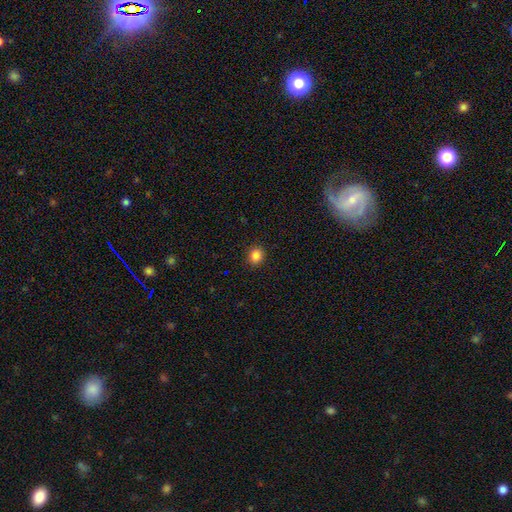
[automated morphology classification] Smooth or featured? Predicted: smooth (p=0.86). How rounded? Predicted: round (p=0.75). Merging? Predicted: none (p=0.91).